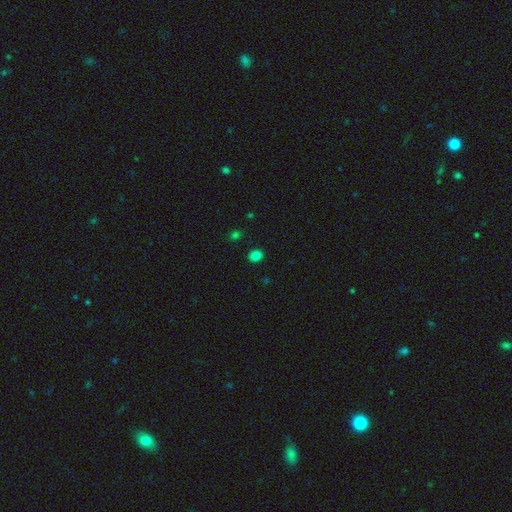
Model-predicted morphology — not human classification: smooth-or-featured: smooth: 82% | star or artifact: 14% | featured or disk: 4%
  how-rounded: round: 70% | in between: 29% | cigar-shaped: 1%
  merging: none: 90% | minor disturbance: 7% | major disturbance: 2% | merger: 2%